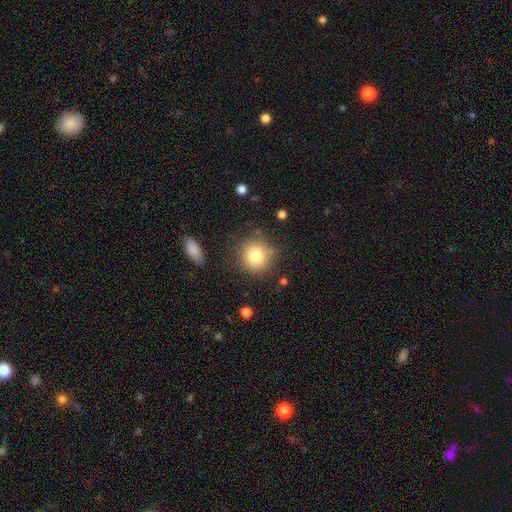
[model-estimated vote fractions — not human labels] Smooth or featured? Predicted: smooth (p=0.80). How rounded? Predicted: round (p=0.92). Merging? Predicted: none (p=0.83).